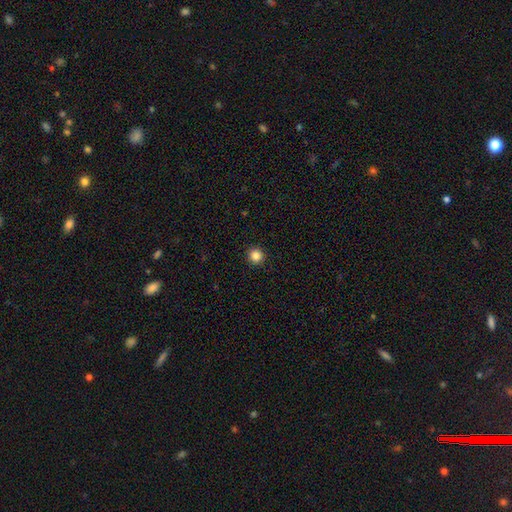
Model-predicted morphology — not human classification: Q: Smooth or featured?
A: smooth (86%); runner-up: star or artifact (11%)
Q: How rounded?
A: round (95%); runner-up: in between (4%)
Q: Merging?
A: none (93%); runner-up: minor disturbance (4%)